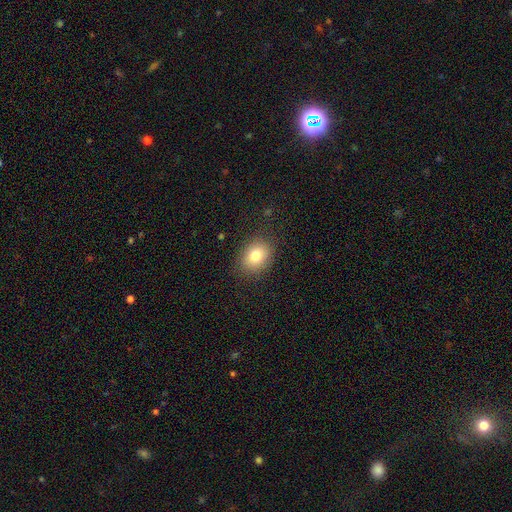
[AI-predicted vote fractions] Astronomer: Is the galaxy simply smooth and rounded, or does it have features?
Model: smooth — 80%.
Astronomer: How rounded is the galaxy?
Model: in between — 56% (runner-up: round, 43%).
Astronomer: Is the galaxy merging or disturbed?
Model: none — 85%.